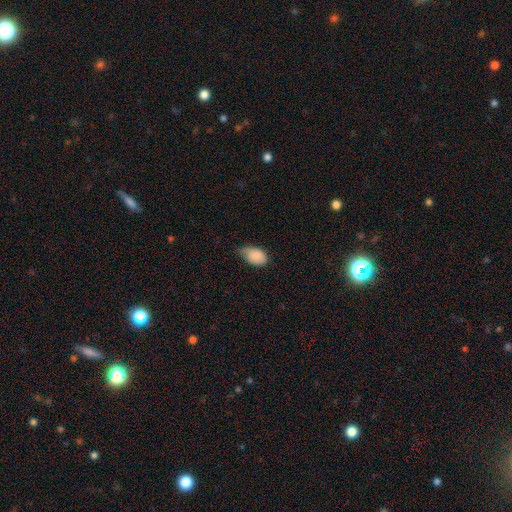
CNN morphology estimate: Overall: smooth (87%). How rounded: in between (90%). Merging: minor disturbance (48%; none 40%).